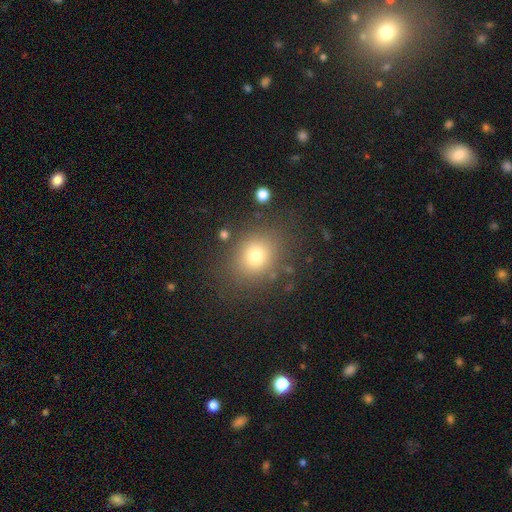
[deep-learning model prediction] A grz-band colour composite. It shows a smooth galaxy with no disk features (76%) that is round (61%). Merging: none (79%).